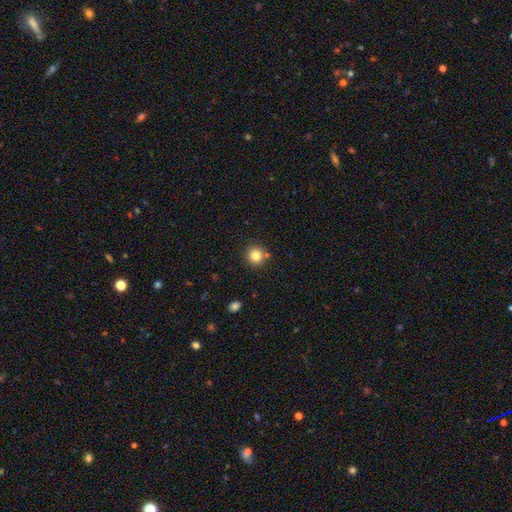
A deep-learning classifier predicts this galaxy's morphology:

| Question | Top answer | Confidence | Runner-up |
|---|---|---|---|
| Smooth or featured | smooth | 82% | star or artifact (12%) |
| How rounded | round | 94% | in between (5%) |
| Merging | none | 85% | minor disturbance (7%) |